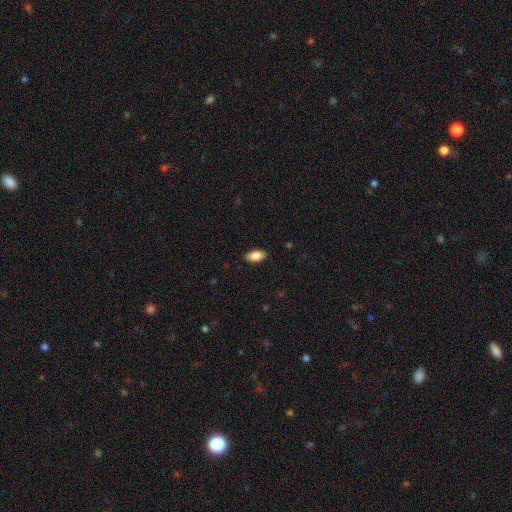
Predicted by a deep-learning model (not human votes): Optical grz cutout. It shows a smooth galaxy with no disk features (85%) that is in between round and cigar-shaped (90%). Merging: none (88%).